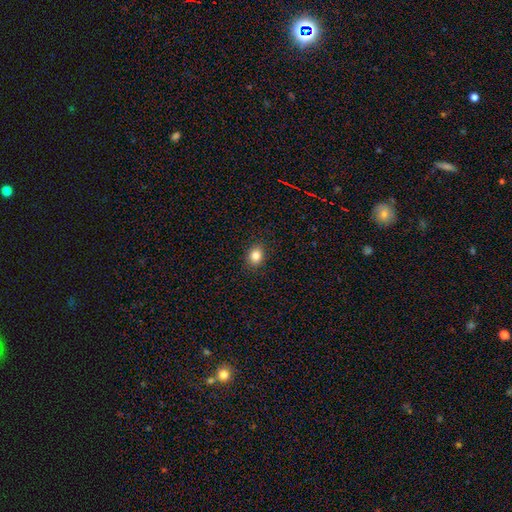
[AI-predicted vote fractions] The model was most divided on "how rounded": round: 52%, in between: 47%, cigar-shaped: 1%. More confident: merging — none (89%); smooth or featured — smooth (84%).